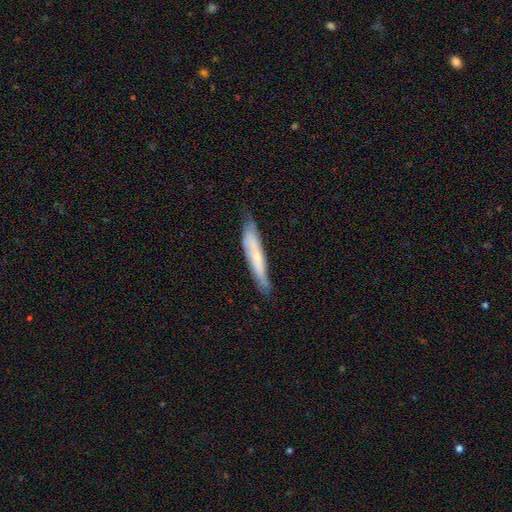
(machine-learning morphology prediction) This is possibly a smooth galaxy (47%). Merging: likely none (71%).